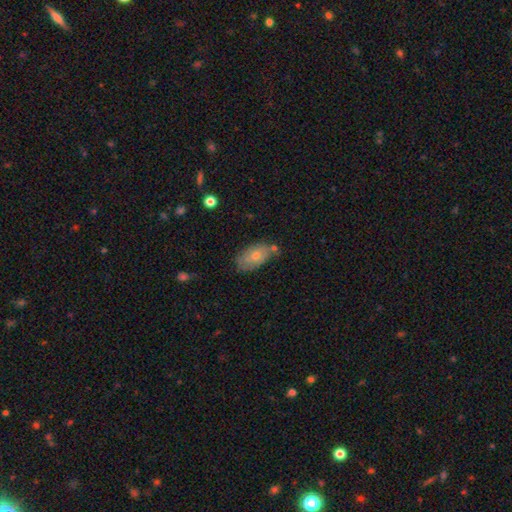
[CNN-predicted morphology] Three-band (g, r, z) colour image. It shows a smooth galaxy with no disk features (65%) that is in between round and cigar-shaped (91%). Merging: none (62%).